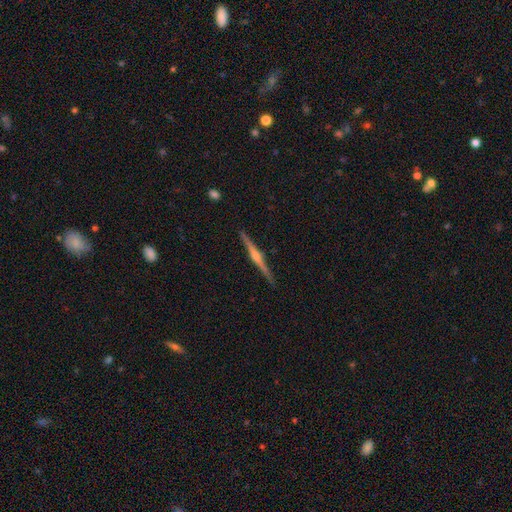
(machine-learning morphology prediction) featured or disk 83%, smooth 11%, star or artifact 5%. Down the decision tree: edge-on disk — yes (99%); edge-on bulge — rounded (89%); merging — none (91%).